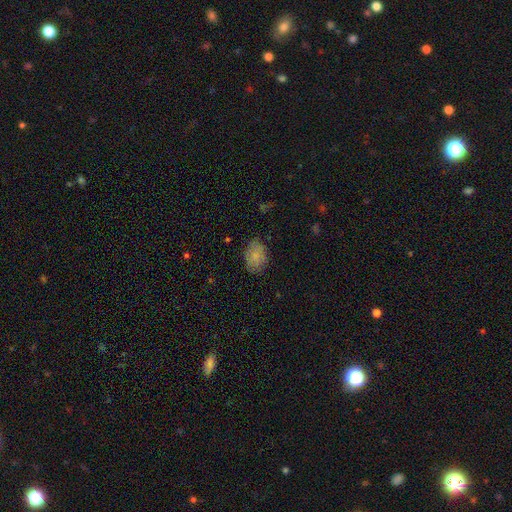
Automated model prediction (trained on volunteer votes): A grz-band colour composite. It shows a smooth galaxy with no disk features (80%) that is in between round and cigar-shaped (80%). Merging: none (78%).